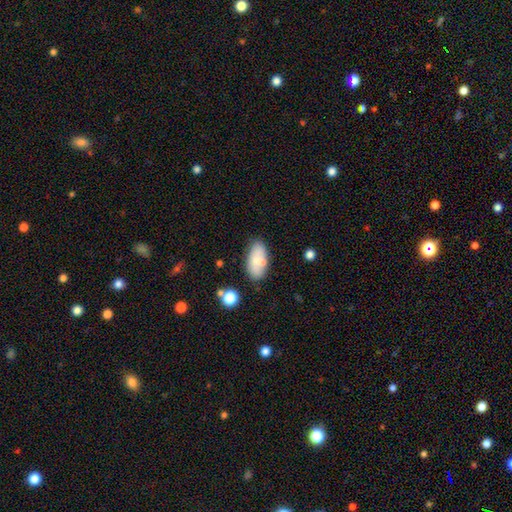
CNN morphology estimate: The model was most divided on "smooth or featured": smooth: 67%, featured or disk: 25%, star or artifact: 8%. More confident: how rounded — in between (92%); merging — none (63%).